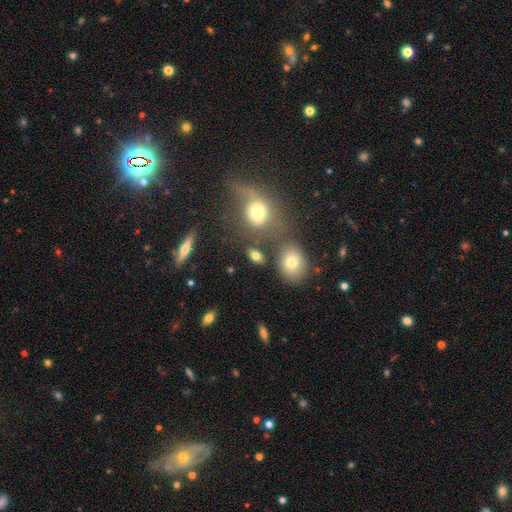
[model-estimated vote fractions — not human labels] The model was most divided on "how rounded": in between: 71%, round: 25%, cigar-shaped: 4%. More confident: smooth or featured — smooth (76%); merging — none (66%).